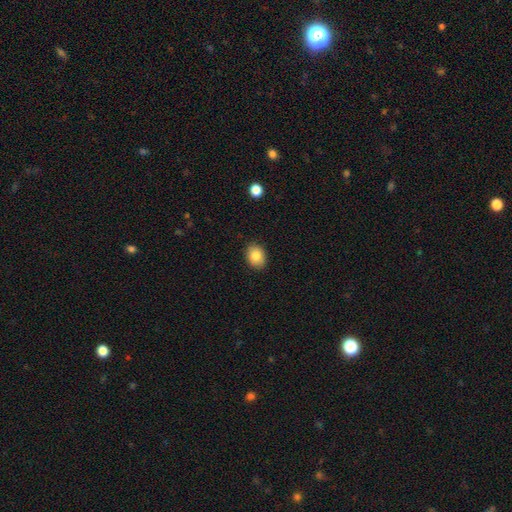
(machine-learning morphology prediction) smooth 85%, star or artifact 8%, featured or disk 7%. Down the decision tree: how rounded — in between (66%); merging — none (88%).